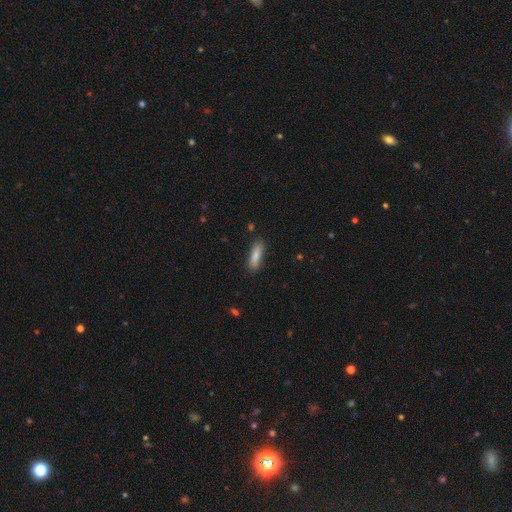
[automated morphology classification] smooth-or-featured: smooth: 83% | featured or disk: 11% | star or artifact: 6%
  how-rounded: cigar-shaped: 61% | in between: 37% | round: 2%
  merging: none: 81% | minor disturbance: 14% | major disturbance: 3% | merger: 2%